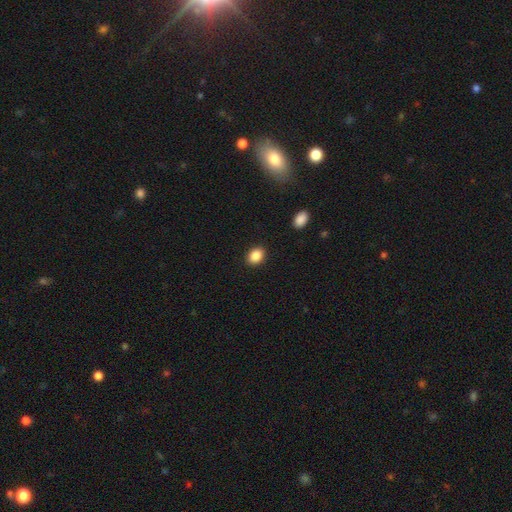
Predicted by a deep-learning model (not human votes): smooth 88%, star or artifact 9%, featured or disk 4%. Down the decision tree: how rounded — in between (63%); merging — none (90%).